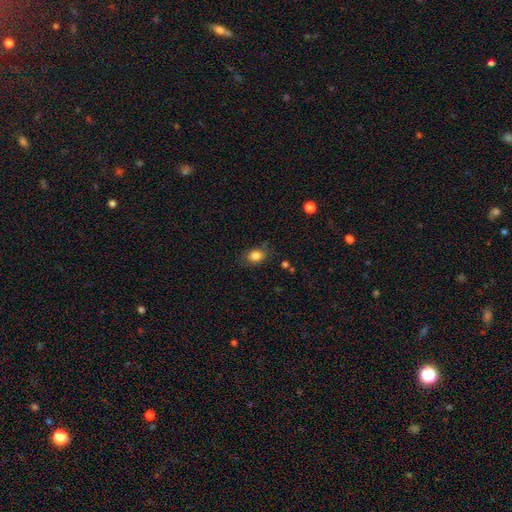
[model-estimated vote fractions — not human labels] smooth 83%, star or artifact 9%, featured or disk 8%. Down the decision tree: how rounded — in between (72%); merging — none (75%).